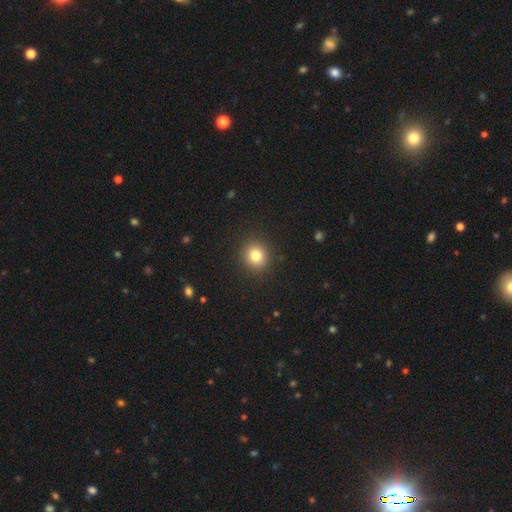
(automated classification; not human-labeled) smooth 81%, star or artifact 12%, featured or disk 7%. Down the decision tree: how rounded — round (89%); merging — none (91%).